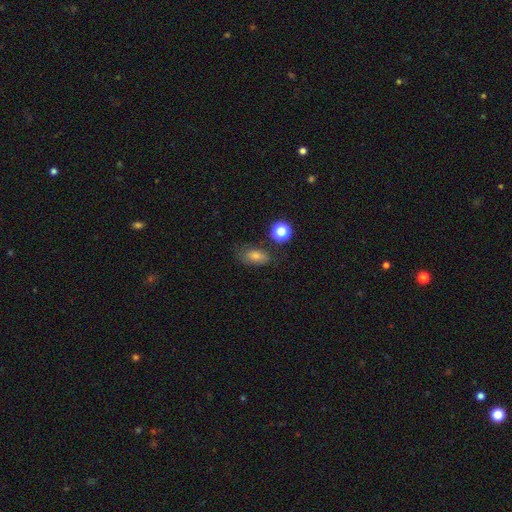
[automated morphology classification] Q: Smooth or featured?
A: smooth (67%); runner-up: star or artifact (17%)
Q: How rounded?
A: in between (81%); runner-up: round (14%)
Q: Merging?
A: none (65%); runner-up: minor disturbance (22%)